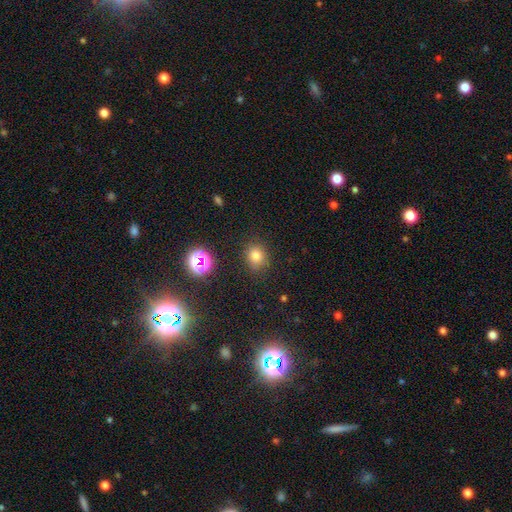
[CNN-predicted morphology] smooth-or-featured: smooth: 76% | star or artifact: 17% | featured or disk: 7%
  how-rounded: round: 71% | in between: 28% | cigar-shaped: 1%
  merging: none: 81% | minor disturbance: 13% | major disturbance: 4% | merger: 2%